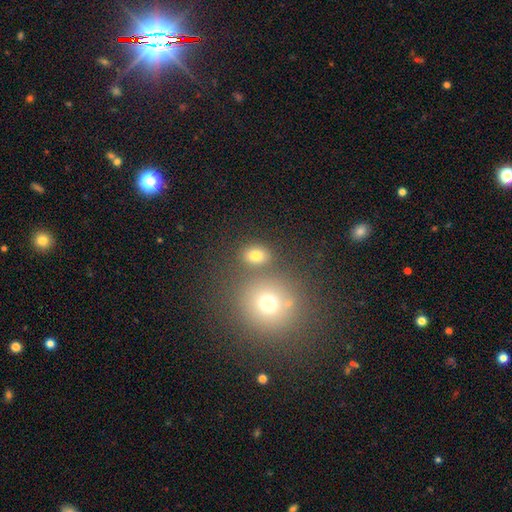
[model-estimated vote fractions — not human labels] smooth 76%, star or artifact 15%, featured or disk 9%. Down the decision tree: how rounded — in between (51%); merging — none (71%).